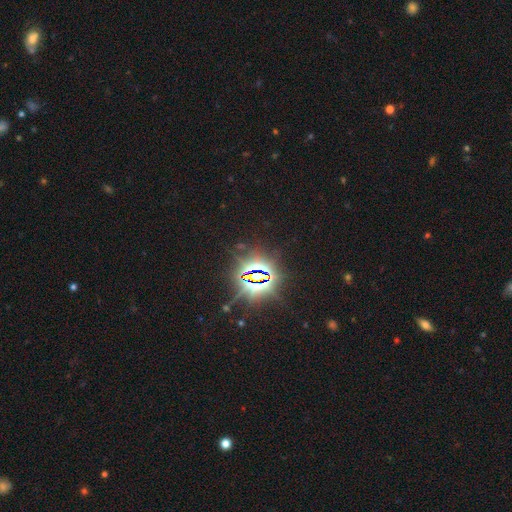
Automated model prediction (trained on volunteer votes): star or artifact 86%, smooth 9%, featured or disk 6%.